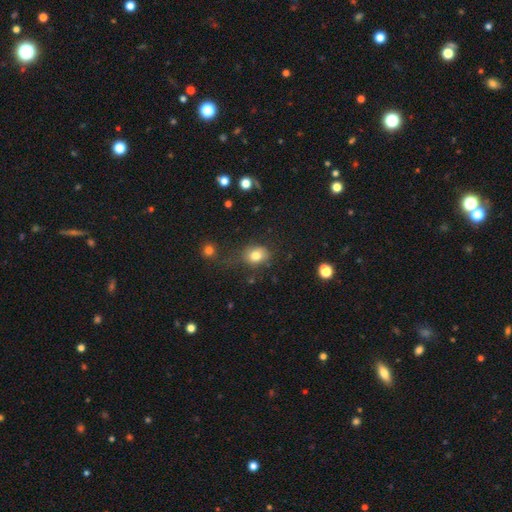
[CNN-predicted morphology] smooth 80%, star or artifact 11%, featured or disk 9%. Down the decision tree: how rounded — in between (54%); merging — none (60%).